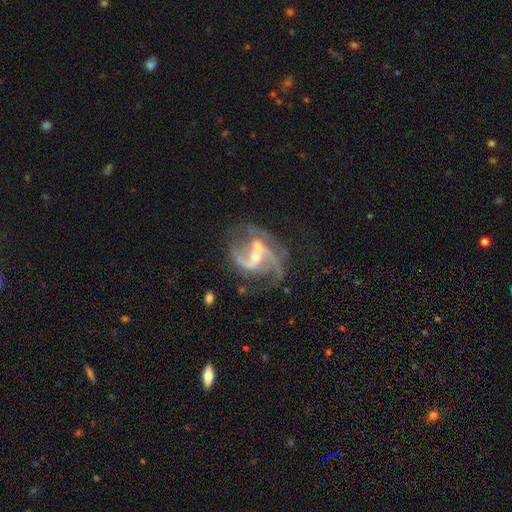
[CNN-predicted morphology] Smooth or featured? featured or disk (89%)
Edge-on disk? no (98%)
Bar? weak (43%)
Spiral arms? yes (96%)
Spiral winding? medium (46%)
Spiral arm count? 2 (78%)
Bulge size? small (59%)
Merging? none (51%)